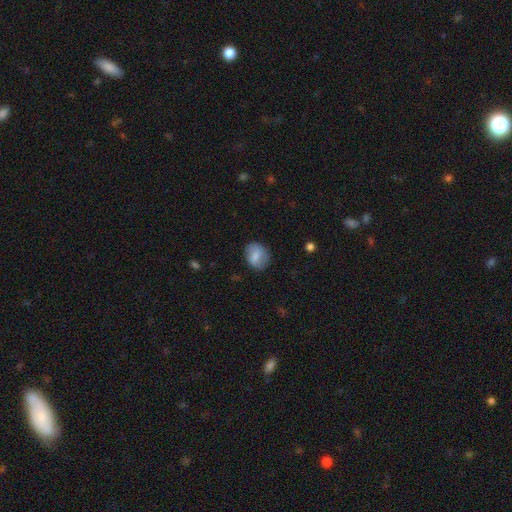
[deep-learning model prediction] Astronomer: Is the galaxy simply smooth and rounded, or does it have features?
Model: smooth — 72%.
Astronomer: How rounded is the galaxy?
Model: in between — 50% (runner-up: round, 49%).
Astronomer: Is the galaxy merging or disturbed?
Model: none — 77%.